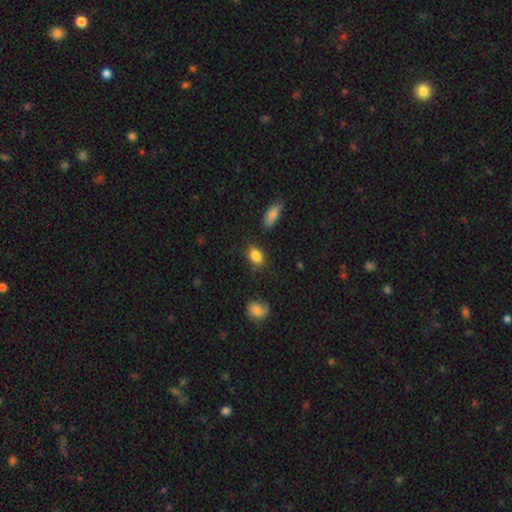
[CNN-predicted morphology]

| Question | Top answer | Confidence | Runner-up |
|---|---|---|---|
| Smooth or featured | smooth | 86% | star or artifact (8%) |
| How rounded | in between | 81% | round (17%) |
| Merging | none | 73% | minor disturbance (18%) |